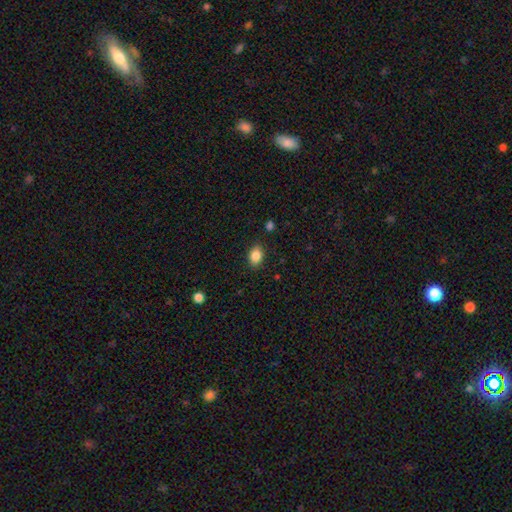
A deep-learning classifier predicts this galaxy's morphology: Overall: smooth (86%). How rounded: in between (79%). Merging: none (86%).